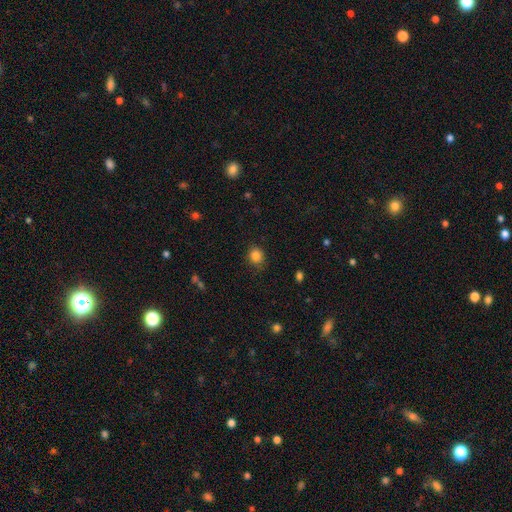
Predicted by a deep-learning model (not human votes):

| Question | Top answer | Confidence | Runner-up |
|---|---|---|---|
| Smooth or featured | smooth | 84% | star or artifact (12%) |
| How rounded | round | 75% | in between (24%) |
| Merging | none | 81% | minor disturbance (14%) |